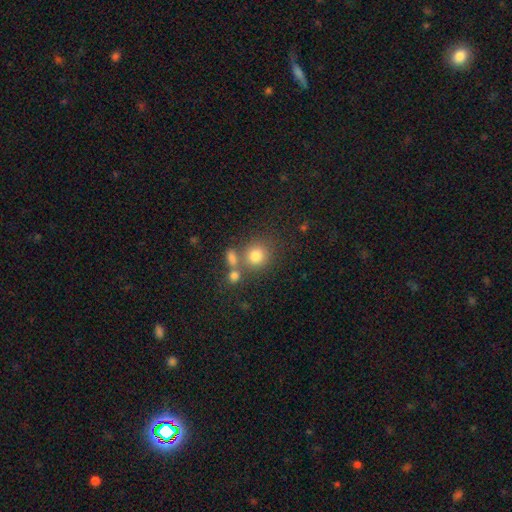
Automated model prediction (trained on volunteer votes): Overall: smooth (78%). How rounded: round (84%). Merging: none (62%; merger 22%).